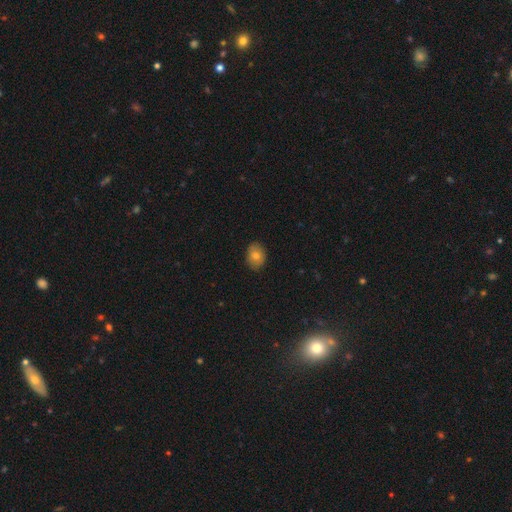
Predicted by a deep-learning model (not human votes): This appears to be a smooth galaxy with no disk features (76%) that is in between round and cigar-shaped (68%). Merging: none (85%).